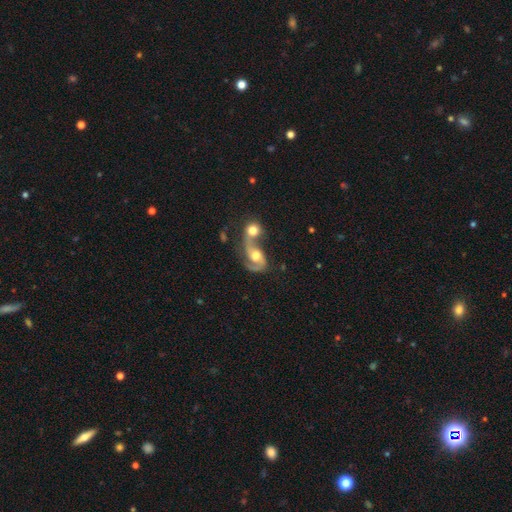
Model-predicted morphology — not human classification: Smooth or featured? featured or disk (74%)
Edge-on disk? no (97%)
Bar? no (61%)
Spiral arms? yes (89%)
Spiral winding? medium (45%)
Spiral arm count? 2 (80%)
Bulge size? moderate (64%)
Merging? merger (69%)